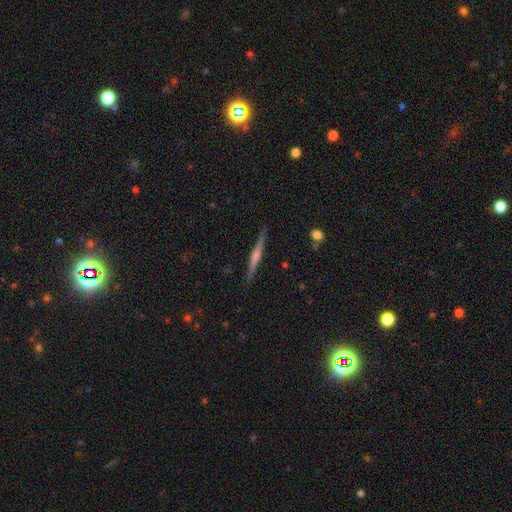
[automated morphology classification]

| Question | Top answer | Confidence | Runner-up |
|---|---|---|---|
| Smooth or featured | featured or disk | 71% | smooth (18%) |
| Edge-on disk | yes | 97% | no (3%) |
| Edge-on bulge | rounded | 77% | none (13%) |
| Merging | none | 90% | minor disturbance (7%) |